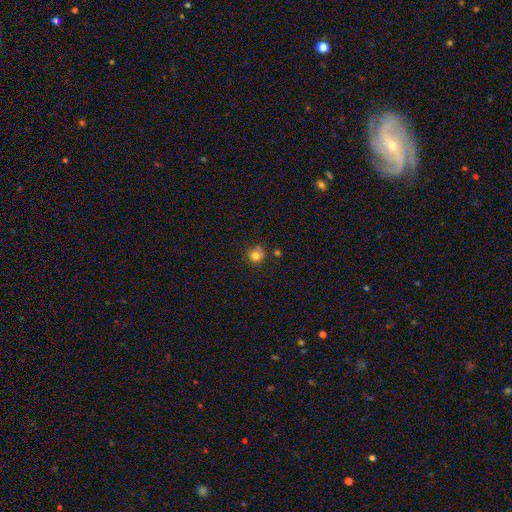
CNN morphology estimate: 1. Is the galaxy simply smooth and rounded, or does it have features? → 80% smooth, 13% star or artifact, 7% featured or disk.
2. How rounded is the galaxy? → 90% round, 9% in between, 1% cigar-shaped.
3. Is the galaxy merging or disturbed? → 75% none, 13% minor disturbance, 9% merger, 3% major disturbance.